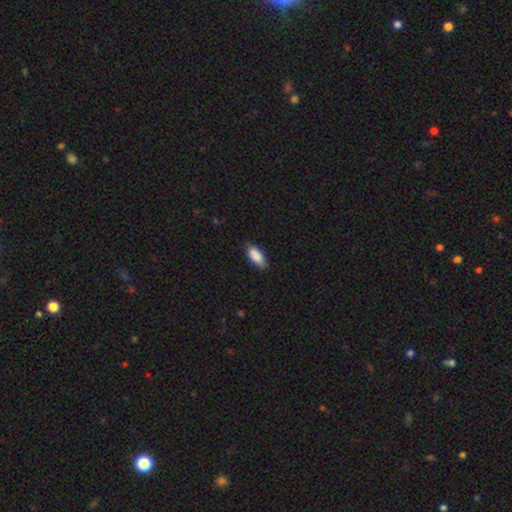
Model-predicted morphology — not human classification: A smooth galaxy with no disk features (88%) that is in between round and cigar-shaped (85%).

Vote fractions:
- Smooth or featured? smooth: 88% / star or artifact: 6% / featured or disk: 6%
- How rounded? in between: 85% / cigar-shaped: 12% / round: 2%
- Merging? none: 78% / minor disturbance: 18% / major disturbance: 3% / merger: 1%